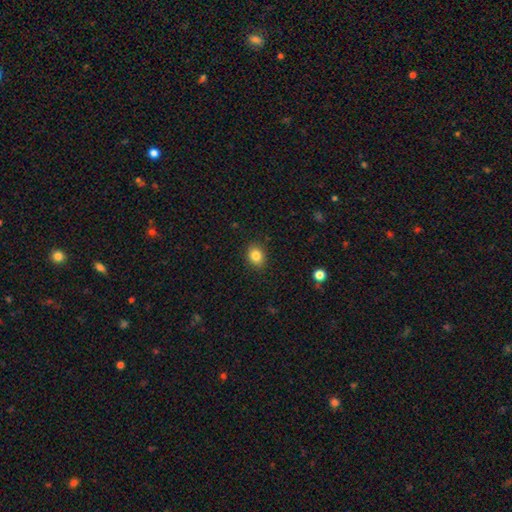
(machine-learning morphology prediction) Q: Smooth or featured?
A: smooth (84%); runner-up: star or artifact (10%)
Q: How rounded?
A: in between (50%); runner-up: round (49%)
Q: Merging?
A: none (88%); runner-up: minor disturbance (9%)